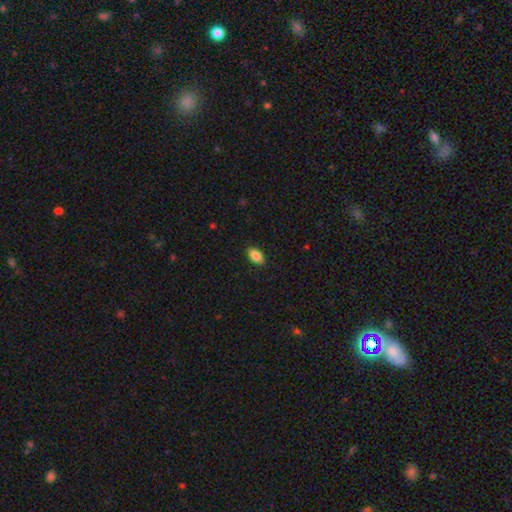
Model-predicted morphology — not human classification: A smooth galaxy with no disk features (86%) that is in between round and cigar-shaped (92%).

Vote fractions:
- Smooth or featured? smooth: 86% / star or artifact: 8% / featured or disk: 6%
- How rounded? in between: 92% / round: 5% / cigar-shaped: 3%
- Merging? none: 89% / minor disturbance: 8% / major disturbance: 2% / merger: 1%